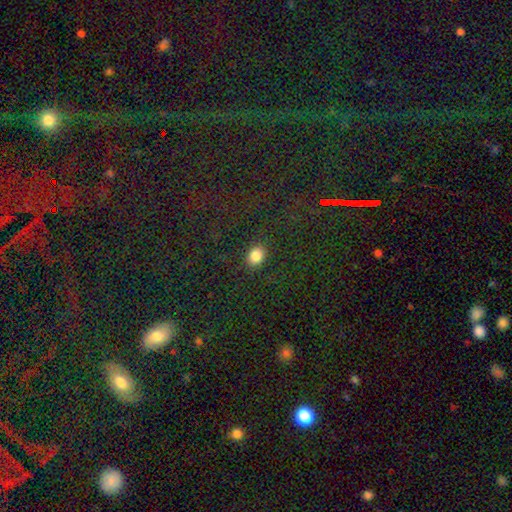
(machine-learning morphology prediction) Smooth or featured? Predicted: smooth (p=0.83). How rounded? Predicted: in between (p=0.61). Merging? Predicted: none (p=0.87).